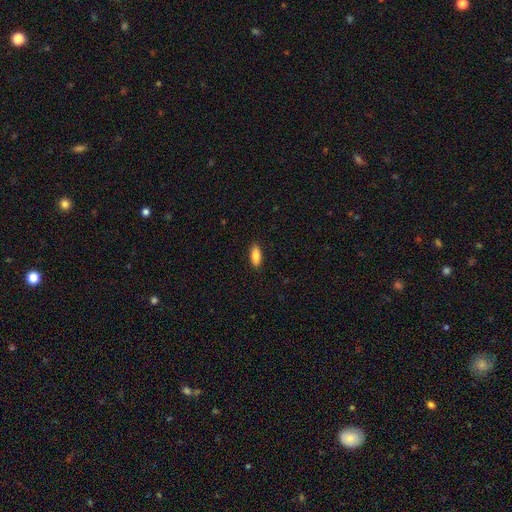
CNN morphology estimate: A smooth galaxy with no disk features (87%) that is in between round and cigar-shaped (80%). Merging: none (90%).